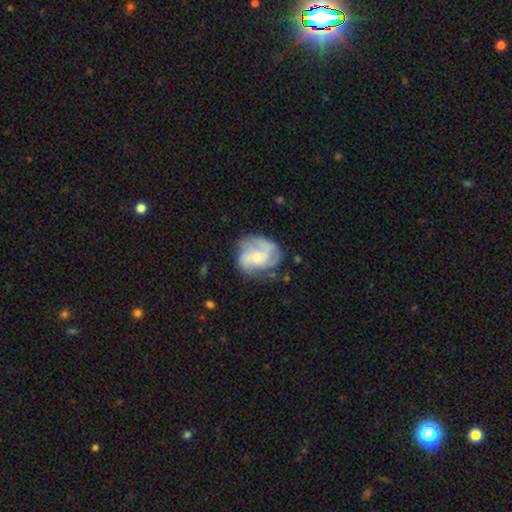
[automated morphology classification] Smooth or featured: featured or disk — 81% (smooth — 13%)
Edge-on disk: no — 98% (yes — 2%)
Bar: no — 65% (weak — 30%)
Spiral arms: yes — 94% (no — 6%)
Spiral winding: medium — 48% (tight — 35%)
Spiral arm count: 3 — 44% (2 — 19%)
Bulge size: small — 58% (moderate — 30%)
Merging: none — 67% (minor disturbance — 20%)